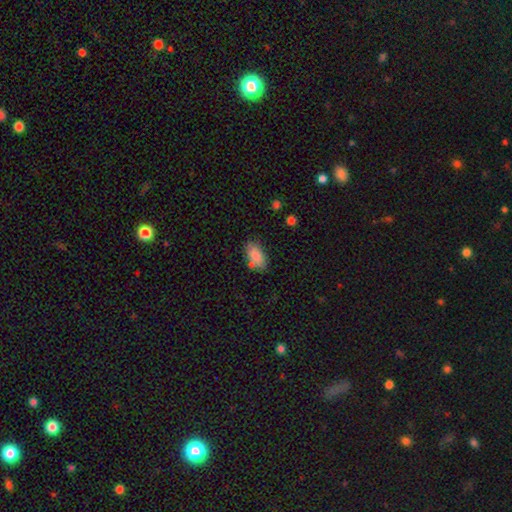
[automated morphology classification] This appears to be a smooth galaxy with no disk features (85%) that is in between round and cigar-shaped (92%). Merging: none (69%).